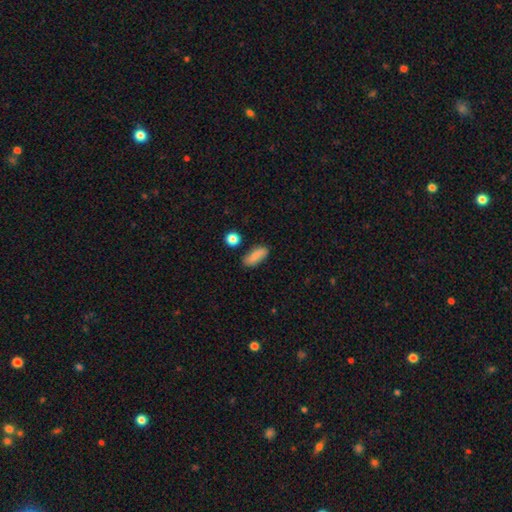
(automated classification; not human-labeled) smooth_or_featured: smooth (p=0.80) [alt: featured or disk p=0.13]
how_rounded: in between (p=0.78) [alt: cigar-shaped p=0.18]
merging: none (p=0.81) [alt: minor disturbance p=0.13]